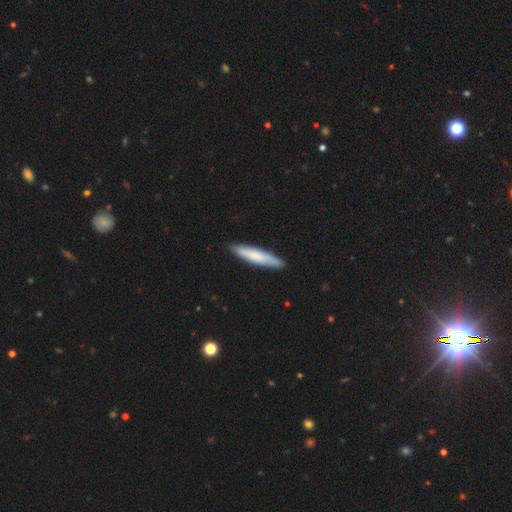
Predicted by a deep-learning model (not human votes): This appears to be a smooth galaxy with no disk features (72%) that is cigar-shaped (90%). Merging: none (88%).